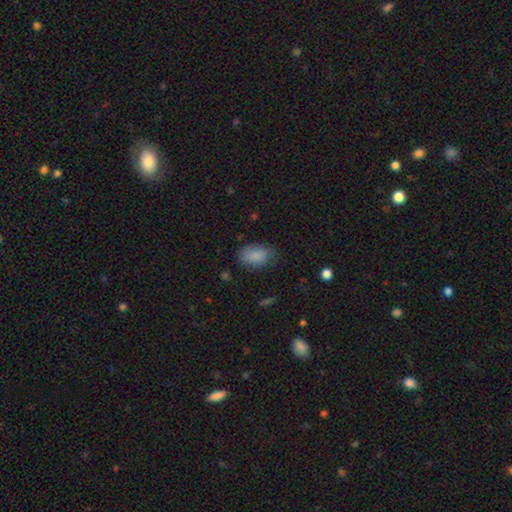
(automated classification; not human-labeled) Smooth or featured?
  - smooth: 84% *
  - featured or disk: 8%
  - star or artifact: 8%
How rounded?
  - in between: 87% *
  - round: 12%
  - cigar-shaped: 1%
Merging?
  - none: 65% *
  - minor disturbance: 26%
  - major disturbance: 7%
  - merger: 2%